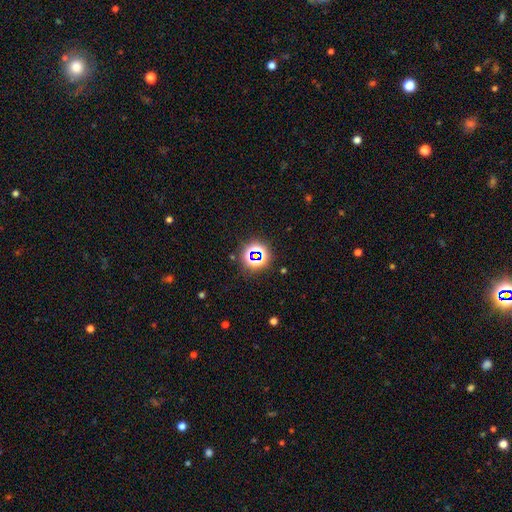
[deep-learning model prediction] A star or artifact, not a galaxy (72%).